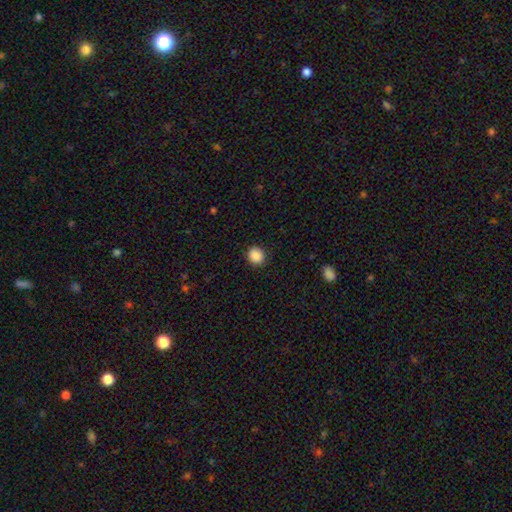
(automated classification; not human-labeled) smooth-or-featured: smooth: 89% | star or artifact: 9% | featured or disk: 2%
  how-rounded: round: 83% | in between: 16% | cigar-shaped: 1%
  merging: none: 90% | minor disturbance: 7% | major disturbance: 2% | merger: 1%